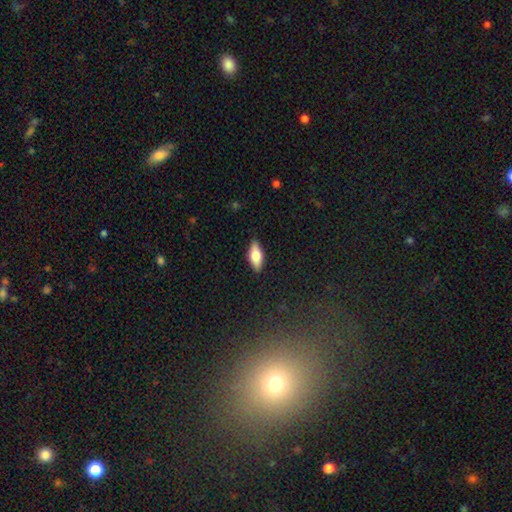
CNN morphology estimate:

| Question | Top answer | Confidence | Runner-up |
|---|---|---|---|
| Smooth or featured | smooth | 65% | featured or disk (28%) |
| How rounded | in between | 77% | cigar-shaped (20%) |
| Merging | none | 88% | minor disturbance (9%) |